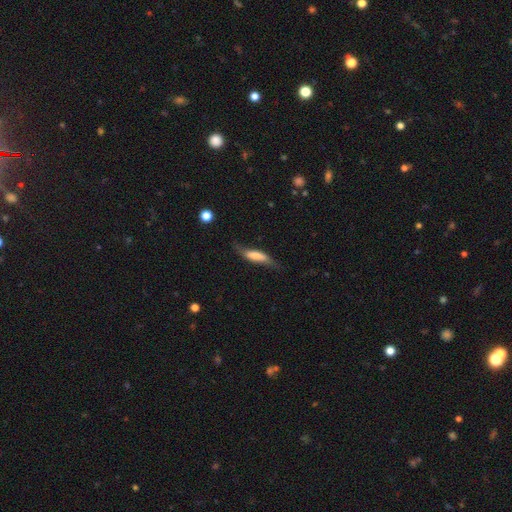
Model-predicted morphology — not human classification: smooth 56%, featured or disk 37%, star or artifact 7%. Down the decision tree: how rounded — cigar-shaped (64%); merging — none (59%).